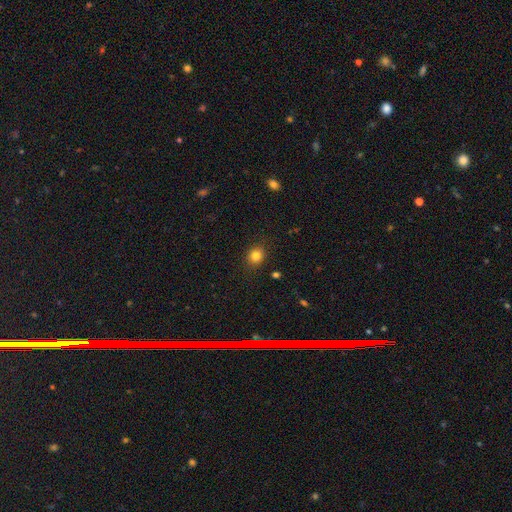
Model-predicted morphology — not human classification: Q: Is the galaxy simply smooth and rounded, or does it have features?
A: smooth — 82%.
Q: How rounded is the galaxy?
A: round — 73%.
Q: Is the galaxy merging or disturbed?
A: none — 88%.